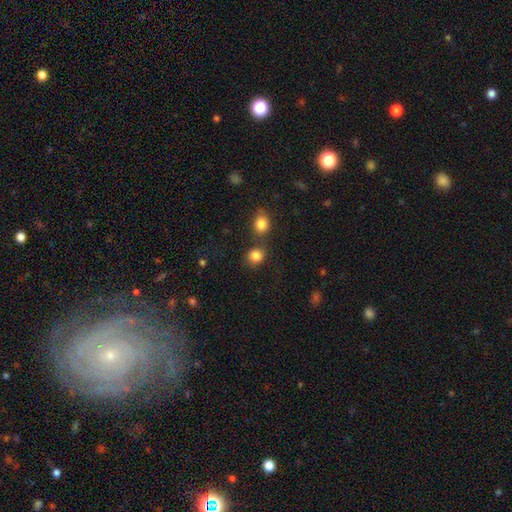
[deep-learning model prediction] This is clearly a smooth galaxy (84%). How rounded: likely round (73%). Merging: likely none (62%).